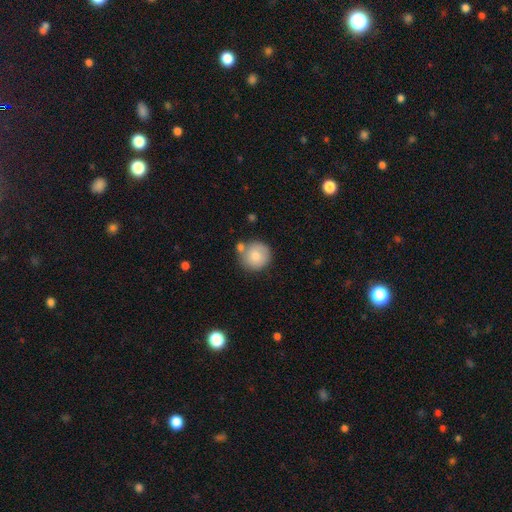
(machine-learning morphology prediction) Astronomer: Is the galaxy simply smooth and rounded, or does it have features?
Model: smooth — 80%.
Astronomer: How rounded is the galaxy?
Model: round — 93%.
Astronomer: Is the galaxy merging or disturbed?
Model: none — 65%.